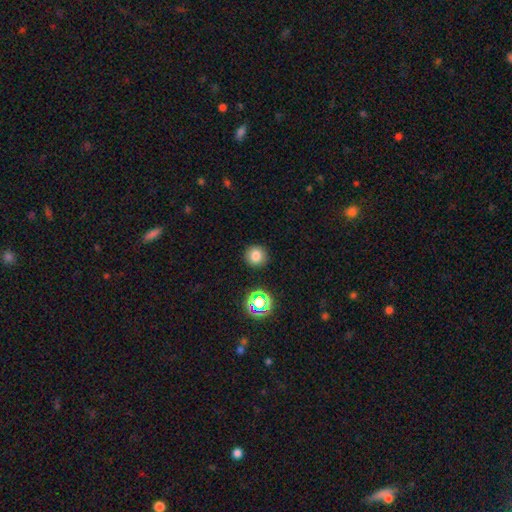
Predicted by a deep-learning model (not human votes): Smooth or featured?
  - smooth: 77% *
  - star or artifact: 16%
  - featured or disk: 7%
How rounded?
  - round: 93% *
  - in between: 6%
  - cigar-shaped: 1%
Merging?
  - none: 90% *
  - minor disturbance: 6%
  - major disturbance: 2%
  - merger: 2%